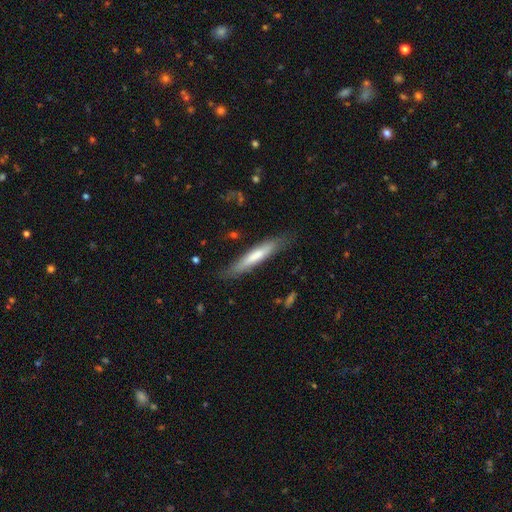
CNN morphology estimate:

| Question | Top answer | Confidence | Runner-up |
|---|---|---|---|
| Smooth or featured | smooth | 64% | featured or disk (31%) |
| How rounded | cigar-shaped | 88% | in between (10%) |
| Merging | none | 77% | minor disturbance (17%) |